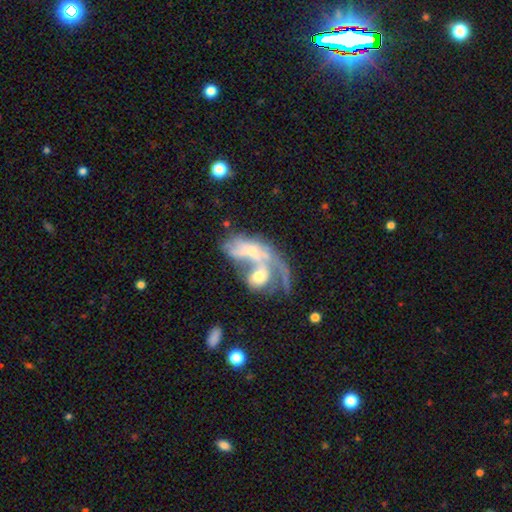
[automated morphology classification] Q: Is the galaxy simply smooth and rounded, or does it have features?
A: featured or disk — 63%.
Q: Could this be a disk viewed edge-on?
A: no — 92%.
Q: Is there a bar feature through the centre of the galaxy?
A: no — 67%.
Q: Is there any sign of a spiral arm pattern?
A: yes — 62%.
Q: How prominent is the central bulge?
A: small — 36%, tied with moderate.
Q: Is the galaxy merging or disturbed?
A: merger — 62%.